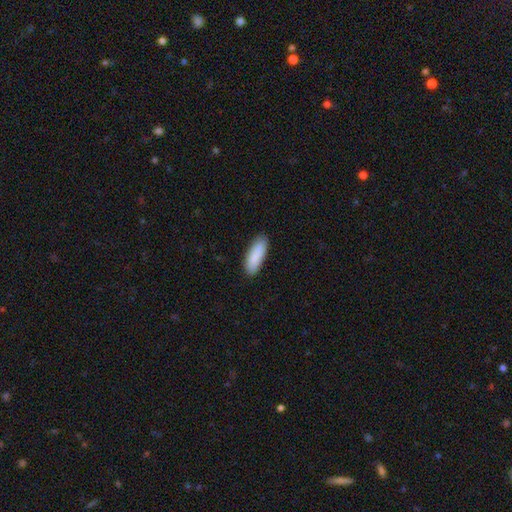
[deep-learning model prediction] A smooth galaxy with no disk features (88%) that is in between round and cigar-shaped (60%). Merging: none (87%).